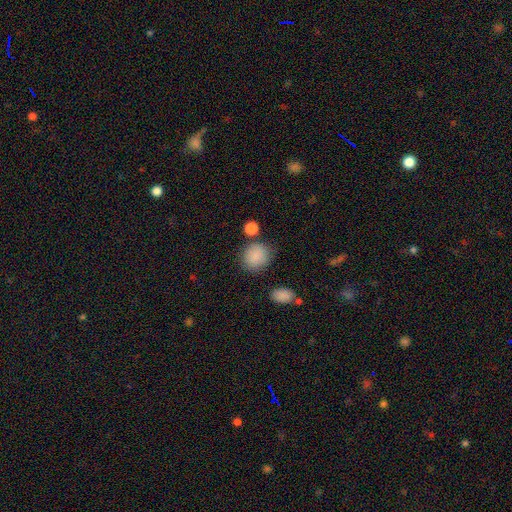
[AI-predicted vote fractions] A smooth galaxy with no disk features (86%) that is round (80%).

Vote fractions:
- Smooth or featured? smooth: 86% / star or artifact: 9% / featured or disk: 5%
- How rounded? round: 80% / in between: 19% / cigar-shaped: 1%
- Merging? none: 78% / minor disturbance: 12% / merger: 6% / major disturbance: 4%